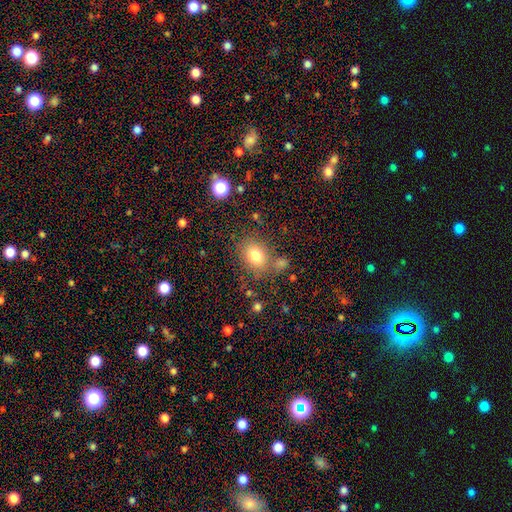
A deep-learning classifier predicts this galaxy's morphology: The model was most divided on "how rounded": in between: 52%, round: 47%, cigar-shaped: 1%. More confident: smooth or featured — smooth (78%); merging — none (71%).